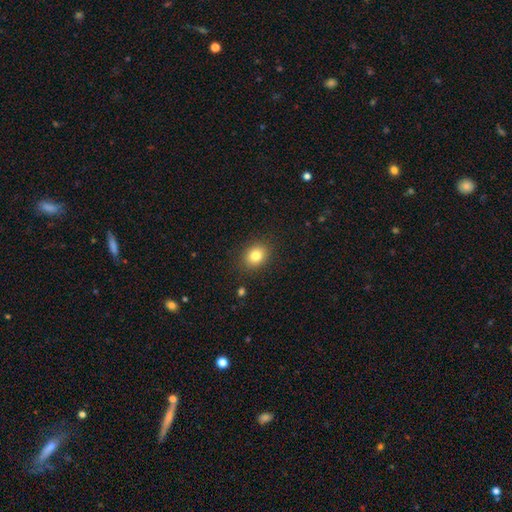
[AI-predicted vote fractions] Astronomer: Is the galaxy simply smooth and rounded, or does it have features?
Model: smooth — 82%.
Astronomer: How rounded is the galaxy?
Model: round — 61% (runner-up: in between, 38%).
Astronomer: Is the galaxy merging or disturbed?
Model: none — 88%.